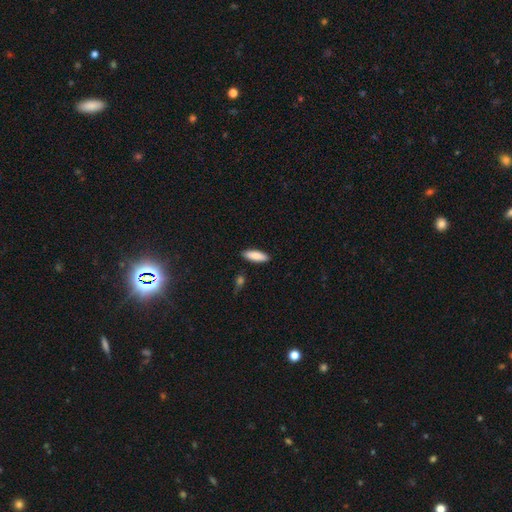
Smooth or featured: smooth — 87% (featured or disk — 10%)
How rounded: in between — 76% (cigar-shaped — 21%)
Merging: none — 84% (minor disturbance — 13%)